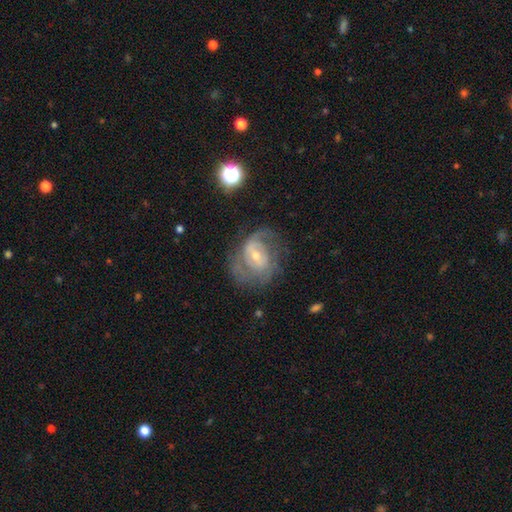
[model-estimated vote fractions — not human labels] Overall: featured or disk (82%). Edge-on disk: no (97%). Bar: weak (47%; no 36%). Spiral arms: yes (90%). Spiral arm count: 2 (50%; can't tell 25%). Spiral winding: medium (44%; tight 40%). Bulge size: small (54%; moderate 42%). Merging: none (60%; minor disturbance 21%).